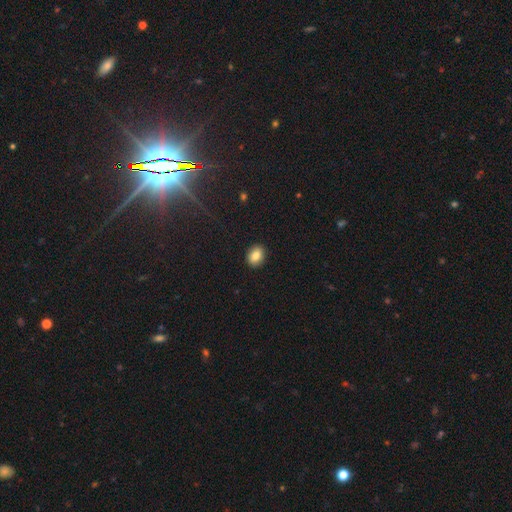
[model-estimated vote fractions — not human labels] This appears to be a smooth galaxy with no disk features (84%) that is in between round and cigar-shaped (57%). Merging: none (91%).